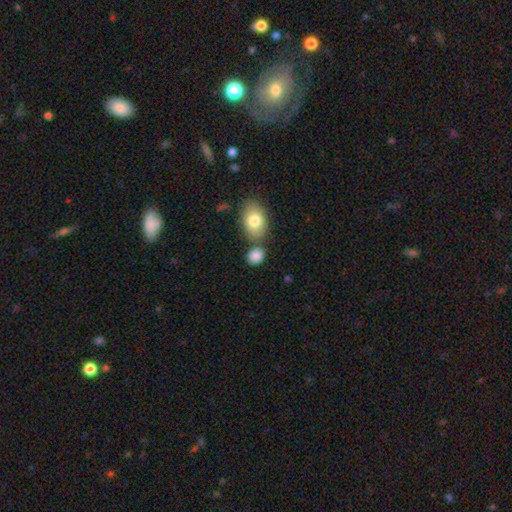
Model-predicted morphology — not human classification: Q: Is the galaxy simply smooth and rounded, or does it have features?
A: smooth — 86%.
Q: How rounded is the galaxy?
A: round — 52%.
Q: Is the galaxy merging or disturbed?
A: none — 62%.